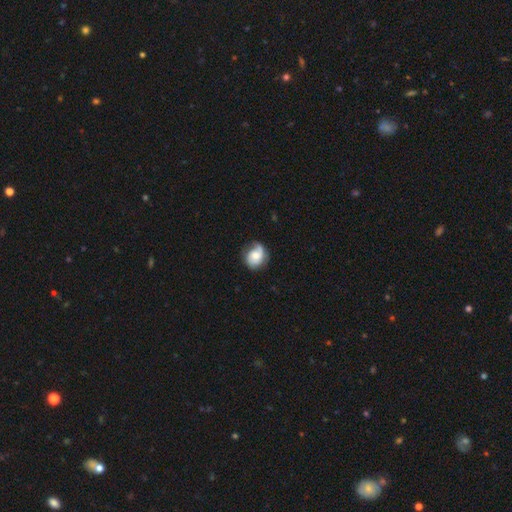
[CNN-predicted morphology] Smooth or featured?
  - featured or disk: 47% *
  - smooth: 45%
  - star or artifact: 8%
Merging?
  - none: 59% *
  - minor disturbance: 28%
  - major disturbance: 12%
  - merger: 2%